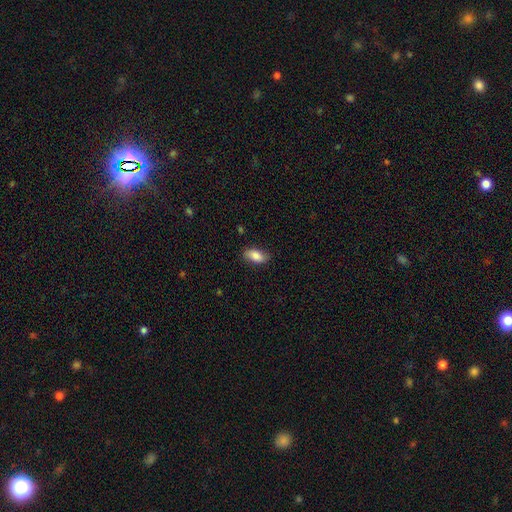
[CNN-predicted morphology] Smooth or featured? Predicted: smooth (p=0.84). How rounded? Predicted: in between (p=0.90). Merging? Predicted: none (p=0.82).